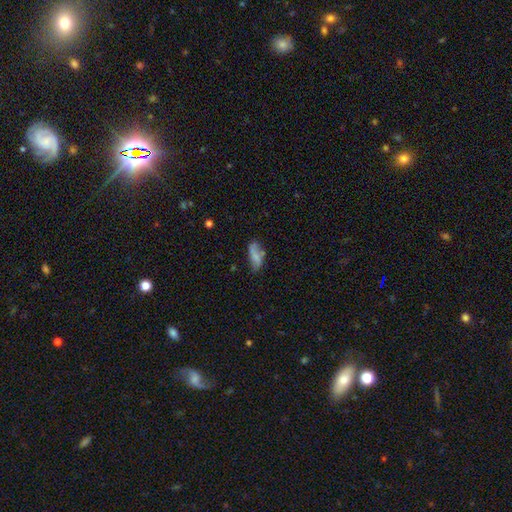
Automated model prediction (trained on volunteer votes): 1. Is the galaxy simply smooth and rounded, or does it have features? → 63% smooth, 27% featured or disk, 9% star or artifact.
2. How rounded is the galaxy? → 78% in between, 19% cigar-shaped, 3% round.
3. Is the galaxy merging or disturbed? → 47% none, 29% minor disturbance, 14% major disturbance, 10% merger.